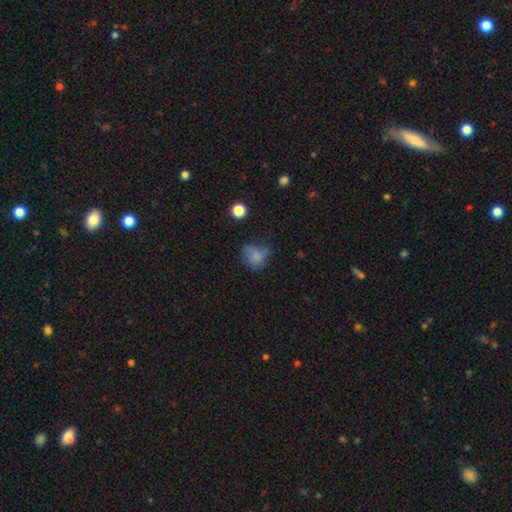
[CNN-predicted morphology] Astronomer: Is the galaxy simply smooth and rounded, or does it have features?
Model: smooth — 66%.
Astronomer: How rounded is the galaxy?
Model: round — 55% (runner-up: in between, 43%).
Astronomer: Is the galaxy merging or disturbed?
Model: none — 40% (runner-up: minor disturbance, 29%).